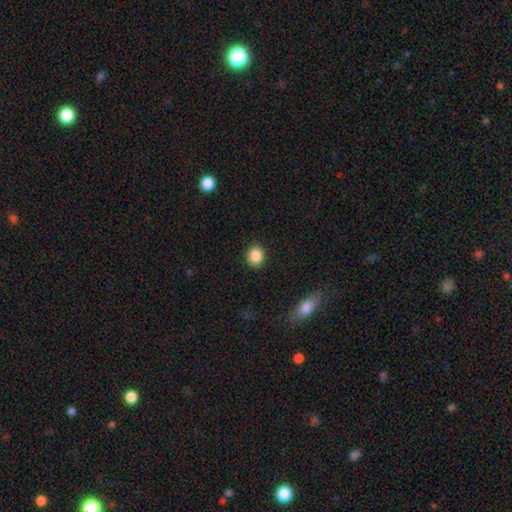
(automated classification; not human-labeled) The model was most divided on "how rounded": round: 68%, in between: 31%, cigar-shaped: 1%. More confident: merging — none (90%); smooth or featured — smooth (87%).